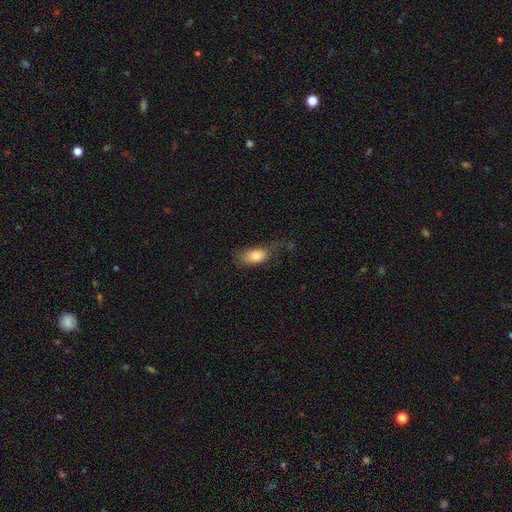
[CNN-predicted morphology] This appears to be a smooth galaxy with no disk features (81%) that is in between round and cigar-shaped (88%). Merging: none (48%).